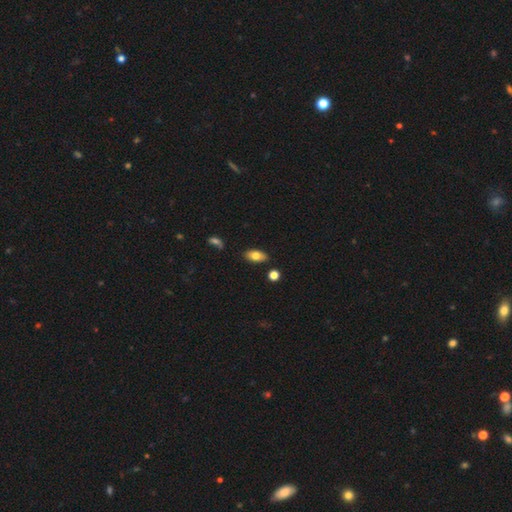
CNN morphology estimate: A smooth galaxy with no disk features (74%) that is in between round and cigar-shaped (88%).

Vote fractions:
- Smooth or featured? smooth: 74% / featured or disk: 18% / star or artifact: 7%
- How rounded? in between: 88% / cigar-shaped: 8% / round: 4%
- Merging? none: 85% / minor disturbance: 10% / merger: 3% / major disturbance: 2%